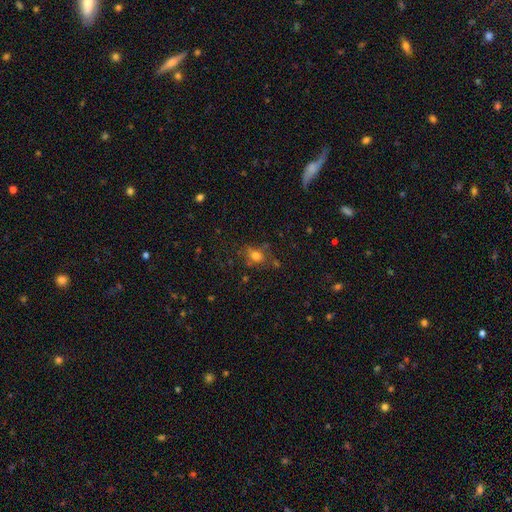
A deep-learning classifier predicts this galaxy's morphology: This is likely a smooth galaxy (68%). How rounded: possibly round (55%). Merging: likely none (62%).